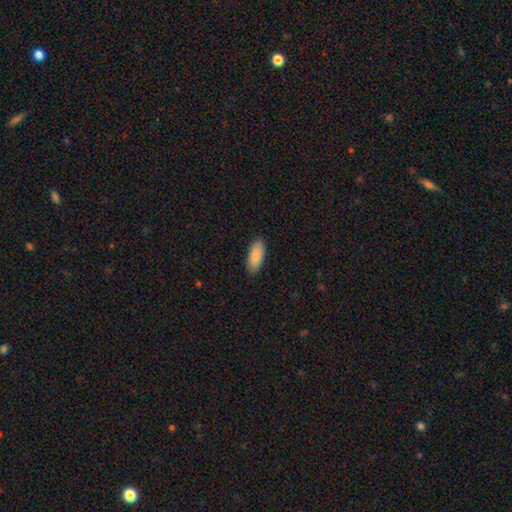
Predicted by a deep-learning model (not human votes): A smooth galaxy with no disk features (90%) that is in between round and cigar-shaped (84%). Merging: none (89%).